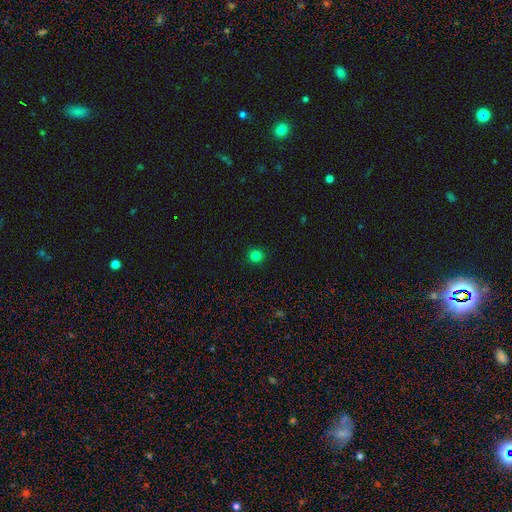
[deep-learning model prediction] This is clearly a smooth galaxy (81%). How rounded: clearly round (94%). Merging: clearly none (93%).